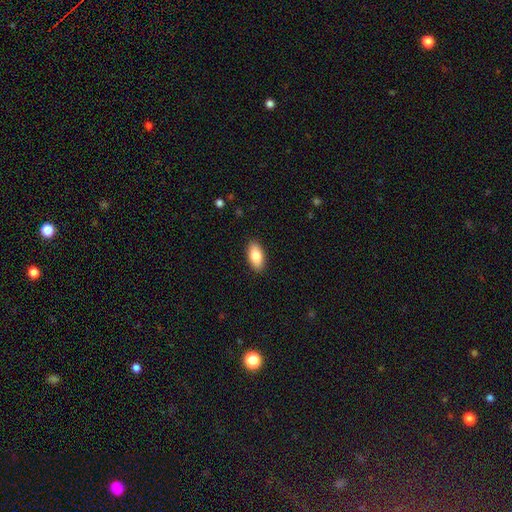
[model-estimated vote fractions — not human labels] Smooth or featured? Predicted: smooth (p=0.84). How rounded? Predicted: in between (p=0.91). Merging? Predicted: none (p=0.89).